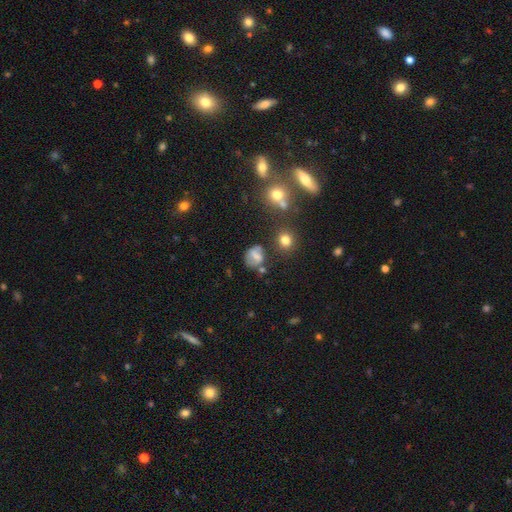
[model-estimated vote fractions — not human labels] A smooth galaxy with no disk features (61%) that is round (52%). Merging: none (58%).